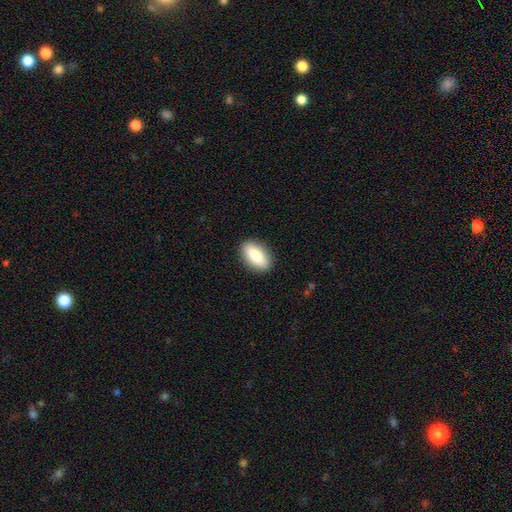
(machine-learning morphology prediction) This is clearly a smooth galaxy (83%). How rounded: clearly in between (86%). Merging: clearly none (89%).